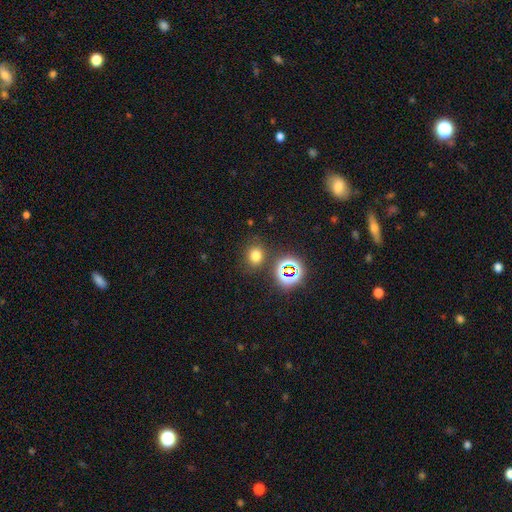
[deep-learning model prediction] Morphology: type=smooth (70%); roundness=round (65%); merging=none (79%).